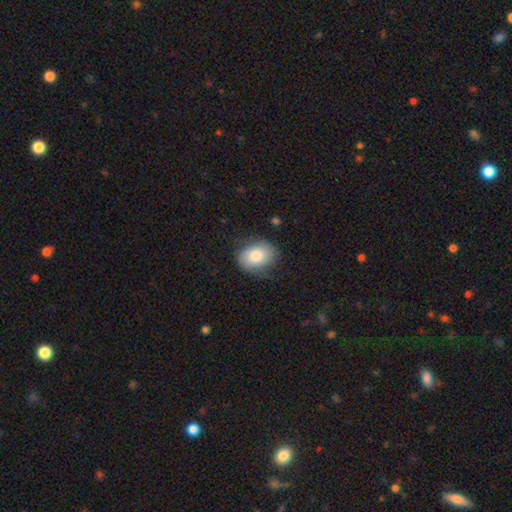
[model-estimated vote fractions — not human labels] smooth-or-featured: smooth: 77% | featured or disk: 17% | star or artifact: 7%
  how-rounded: in between: 71% | round: 28% | cigar-shaped: 1%
  merging: none: 70% | minor disturbance: 21% | major disturbance: 7% | merger: 1%